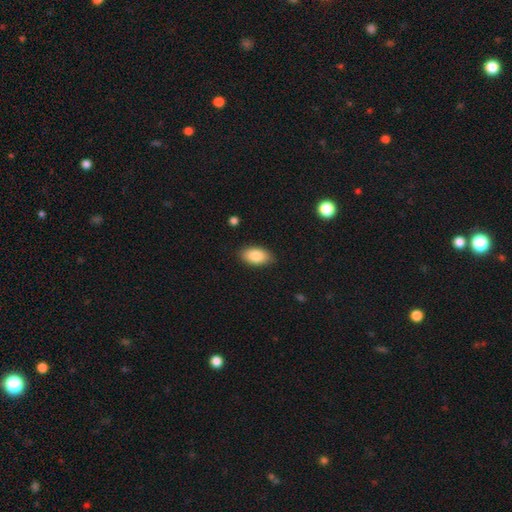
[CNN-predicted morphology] Overall: smooth (86%). How rounded: in between (94%). Merging: none (87%).